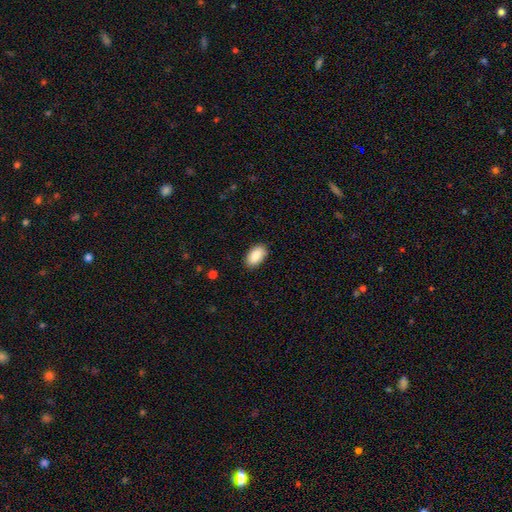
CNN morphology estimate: This is clearly a smooth galaxy (89%). How rounded: clearly in between (94%). Merging: clearly none (87%).